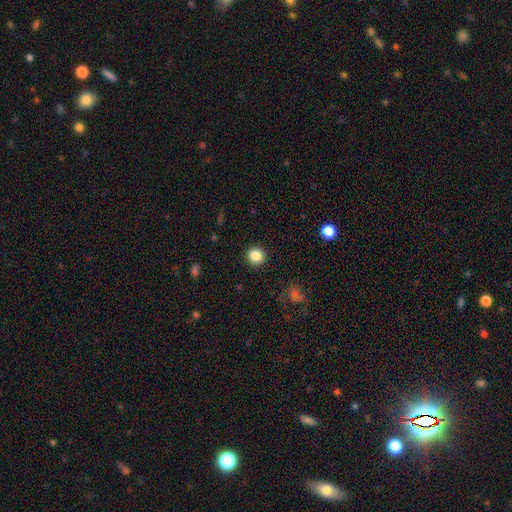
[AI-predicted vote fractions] A smooth galaxy with no disk features (85%) that is round (87%). Merging: none (91%).